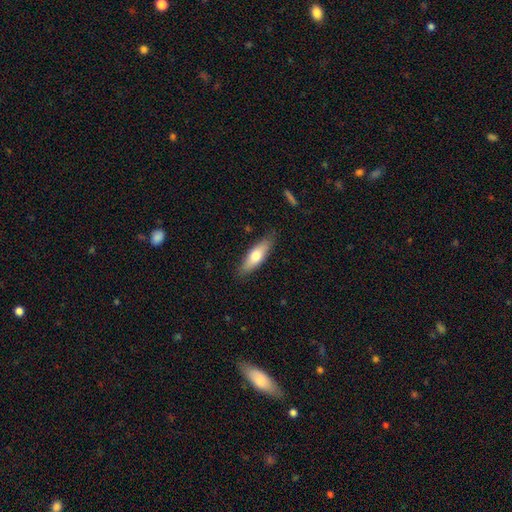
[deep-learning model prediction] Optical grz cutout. It shows a smooth galaxy with no disk features (67%) that is cigar-shaped (50%). Merging: none (84%).